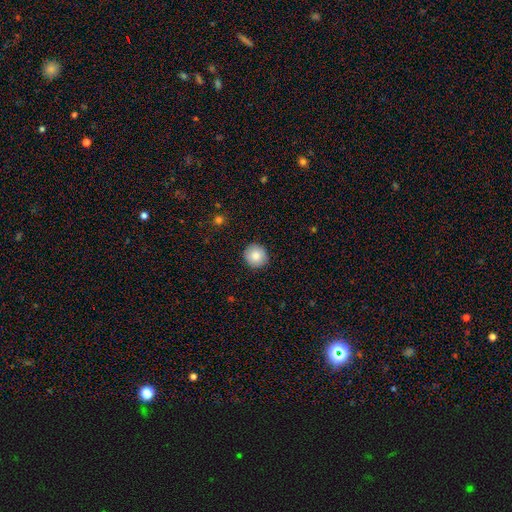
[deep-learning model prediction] A smooth galaxy with no disk features (84%) that is round (92%).

Vote fractions:
- Smooth or featured? smooth: 84% / featured or disk: 8% / star or artifact: 8%
- How rounded? round: 92% / in between: 7% / cigar-shaped: 1%
- Merging? none: 90% / minor disturbance: 7% / major disturbance: 2% / merger: 1%